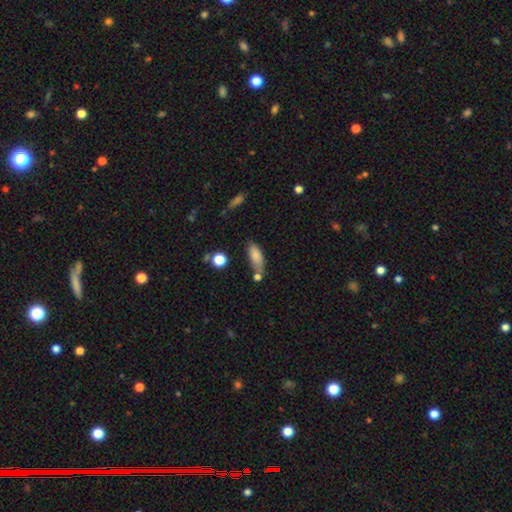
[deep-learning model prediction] smooth 81%, featured or disk 10%, star or artifact 9%. Down the decision tree: how rounded — in between (73%); merging — none (50%).